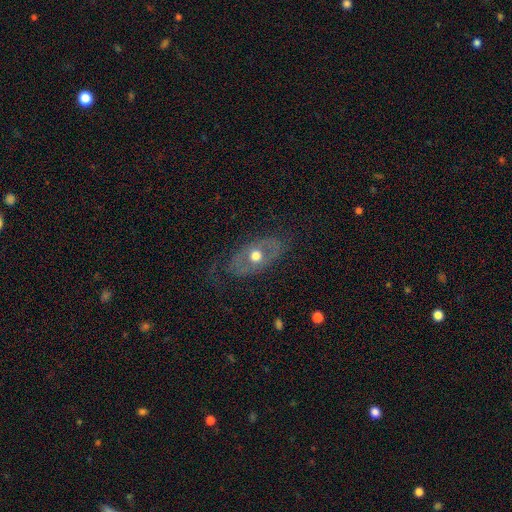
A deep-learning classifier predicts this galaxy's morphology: smooth-or-featured: featured or disk: 63% | smooth: 30% | star or artifact: 7%
  disk-edge-on: no: 85% | yes: 15%
    bar: no: 86% | weak: 10% | strong: 4%
    has-spiral-arms: no: 70% | yes: 30%
    bulge-size: moderate: 78% | large: 13% | small: 7% | dominant: 1% | none: 1%
  merging: none: 67% | minor disturbance: 19% | major disturbance: 12% | merger: 1%